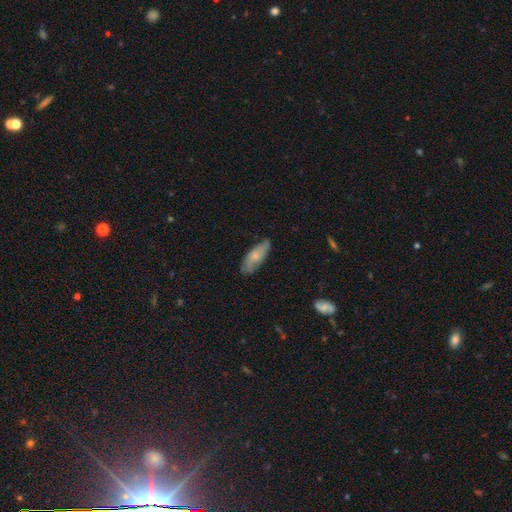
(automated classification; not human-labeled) This is likely a smooth galaxy (60%). How rounded: likely in between (66%). Merging: likely none (75%).